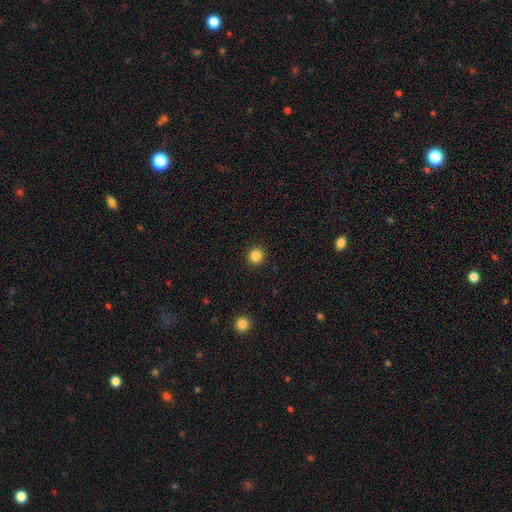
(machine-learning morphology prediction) A smooth galaxy with no disk features (85%) that is round (94%).

Vote fractions:
- Smooth or featured? smooth: 85% / star or artifact: 11% / featured or disk: 3%
- How rounded? round: 94% / in between: 5% / cigar-shaped: 1%
- Merging? none: 92% / minor disturbance: 5% / major disturbance: 2% / merger: 1%